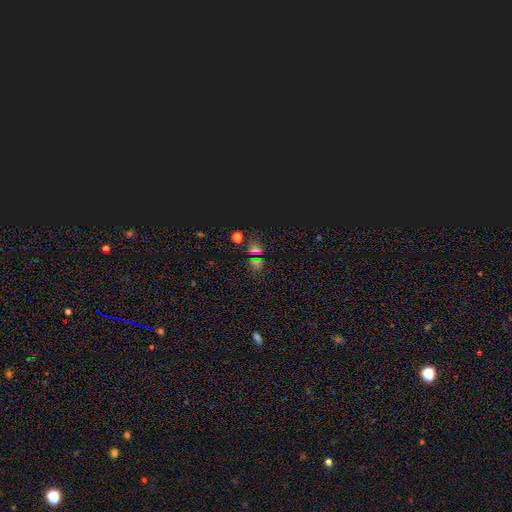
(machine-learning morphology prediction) type=star or artifact (60%).